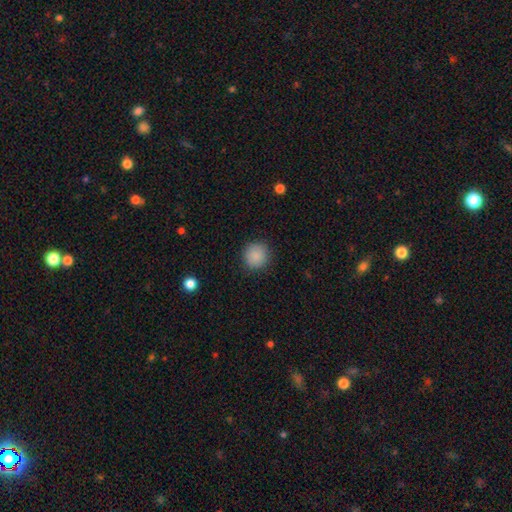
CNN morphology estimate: Overall: smooth (88%). How rounded: round (93%). Merging: none (90%).